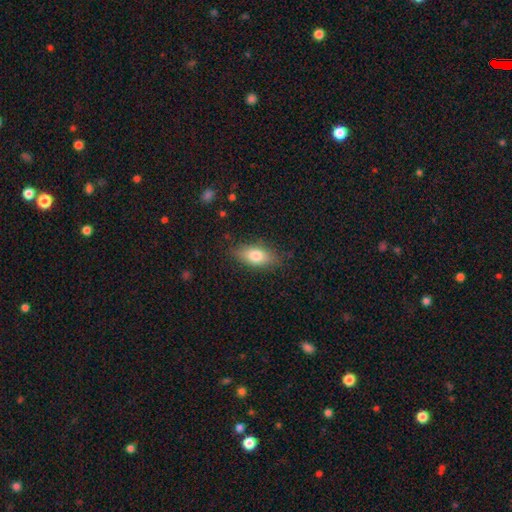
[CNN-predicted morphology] smooth 77%, featured or disk 15%, star or artifact 7%. Down the decision tree: how rounded — in between (83%); merging — none (80%).